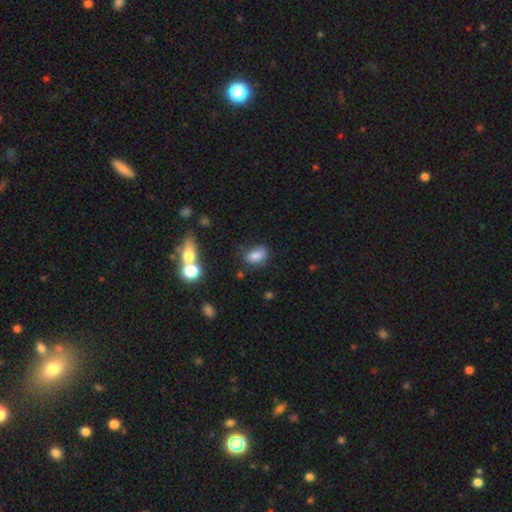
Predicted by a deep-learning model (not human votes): This is clearly a smooth galaxy (83%). How rounded: clearly in between (85%). Merging: likely none (62%).